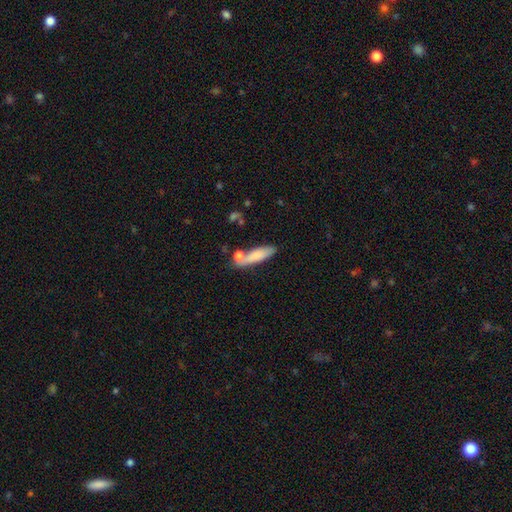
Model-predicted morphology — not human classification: A smooth galaxy with no disk features (77%) that is cigar-shaped (64%).

Vote fractions:
- Smooth or featured? smooth: 77% / featured or disk: 16% / star or artifact: 7%
- How rounded? cigar-shaped: 64% / in between: 34% / round: 3%
- Merging? none: 62% / merger: 17% / minor disturbance: 16% / major disturbance: 5%